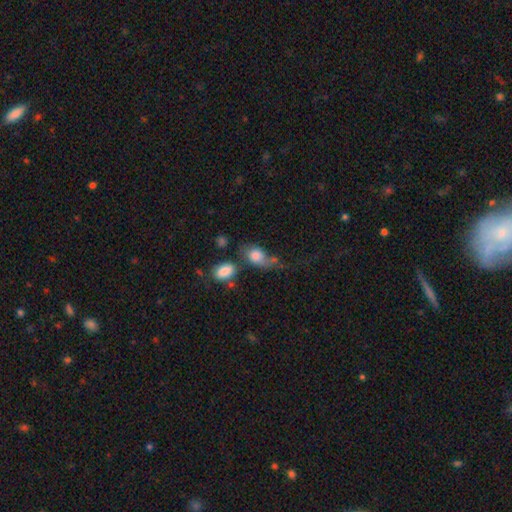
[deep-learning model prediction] smooth 76%, featured or disk 15%, star or artifact 9%. Down the decision tree: how rounded — in between (76%); merging — none (26%, tied with major disturbance and merger).